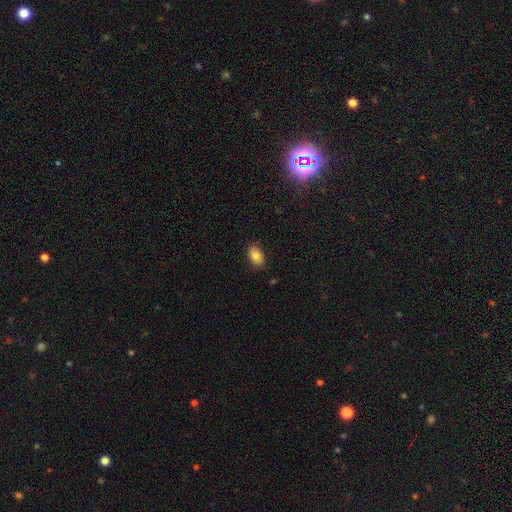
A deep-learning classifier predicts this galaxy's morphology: A smooth galaxy with no disk features (82%) that is in between round and cigar-shaped (86%).

Vote fractions:
- Smooth or featured? smooth: 82% / featured or disk: 10% / star or artifact: 8%
- How rounded? in between: 86% / round: 13% / cigar-shaped: 1%
- Merging? none: 85% / minor disturbance: 12% / major disturbance: 2% / merger: 1%